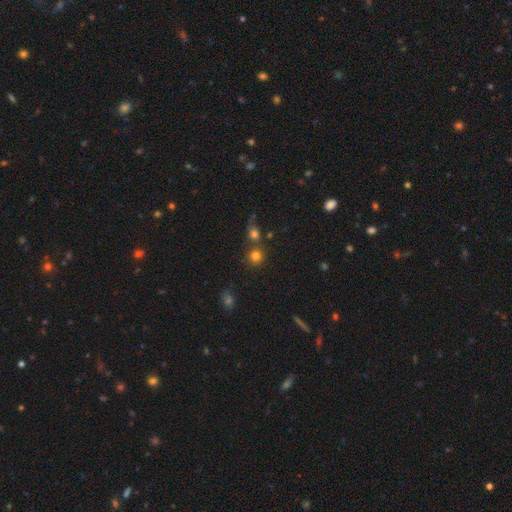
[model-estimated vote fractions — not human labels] smooth 77%, star or artifact 15%, featured or disk 7%. Down the decision tree: how rounded — round (90%); merging — none (62%).